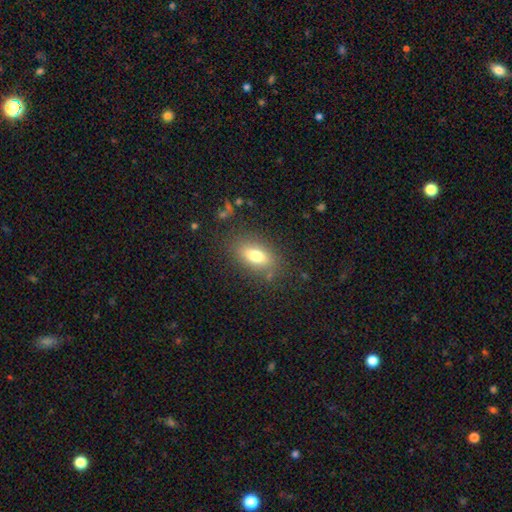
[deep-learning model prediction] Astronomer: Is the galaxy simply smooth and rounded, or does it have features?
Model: smooth — 74%.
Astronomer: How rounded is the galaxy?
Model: in between — 84%.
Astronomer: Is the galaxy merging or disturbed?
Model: none — 80%.